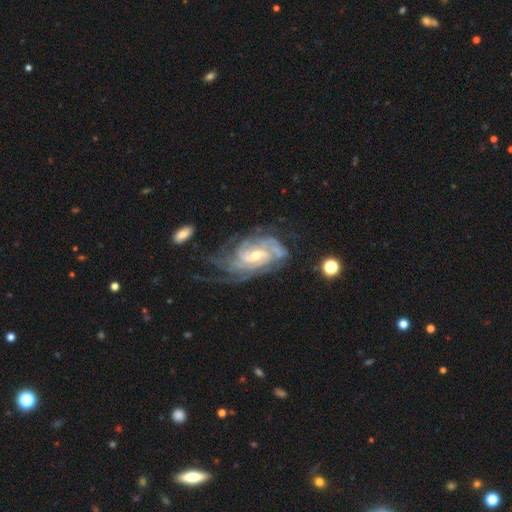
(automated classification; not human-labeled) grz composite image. It shows a featured or disk galaxy (91%) with a weak bar (46%), tight (67%) spiral arms (98%) and a moderate central bulge (53%). Merging: none (58%).